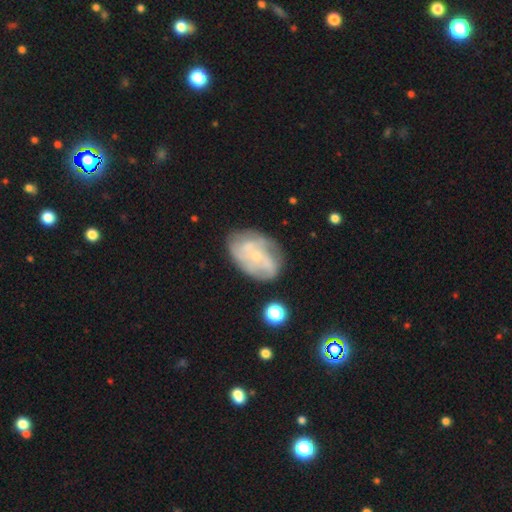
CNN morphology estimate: A featured or disk galaxy (67%) with no bar (75%), spiral arms (68%) and a small central bulge (73%). Merging: none (57%).